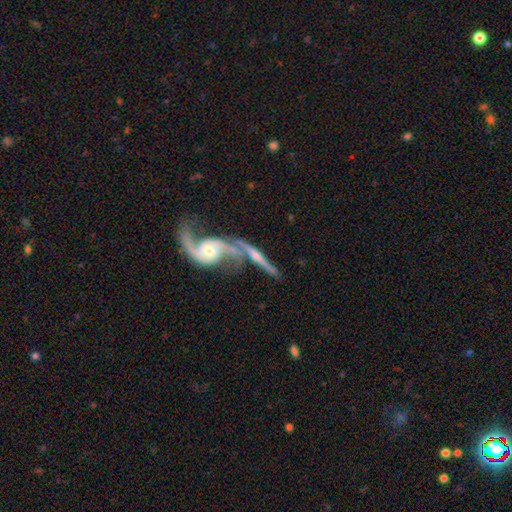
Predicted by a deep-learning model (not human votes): Morphology: type=featured or disk (81%); edge-on=no (54%); merging=merger (52%).